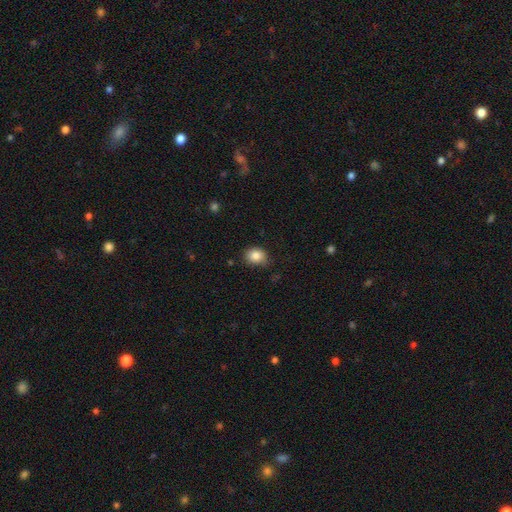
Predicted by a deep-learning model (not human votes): Q: Smooth or featured?
A: smooth (85%); runner-up: star or artifact (9%)
Q: How rounded?
A: round (53%); runner-up: in between (46%)
Q: Merging?
A: none (77%); runner-up: minor disturbance (18%)